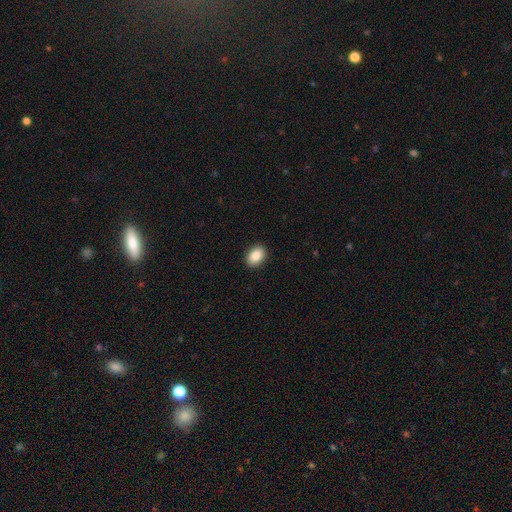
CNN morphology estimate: smooth_or_featured: smooth (p=0.89) [alt: star or artifact p=0.07]
how_rounded: in between (p=0.80) [alt: round p=0.19]
merging: none (p=0.91) [alt: minor disturbance p=0.06]